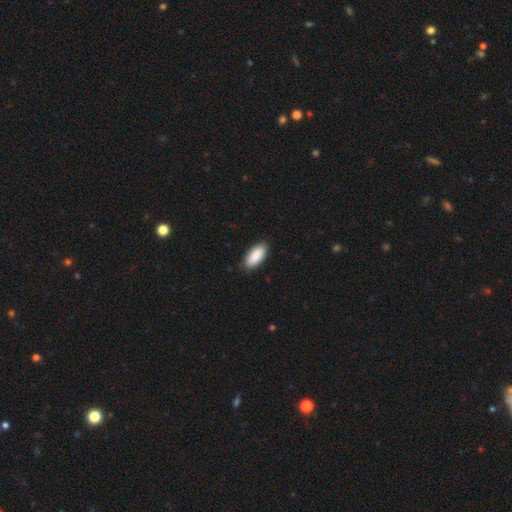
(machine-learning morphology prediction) A smooth galaxy with no disk features (89%) that is in between round and cigar-shaped (87%).

Vote fractions:
- Smooth or featured? smooth: 89% / featured or disk: 6% / star or artifact: 5%
- How rounded? in between: 87% / cigar-shaped: 12% / round: 2%
- Merging? none: 88% / minor disturbance: 9% / major disturbance: 2% / merger: 1%